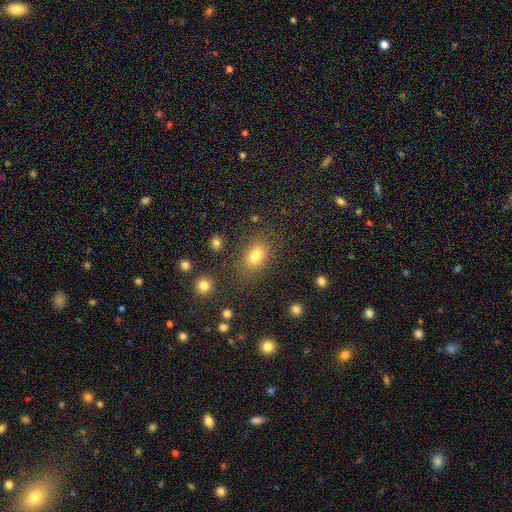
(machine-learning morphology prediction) smooth-or-featured: smooth: 78% | star or artifact: 13% | featured or disk: 9%
  how-rounded: in between: 73% | round: 25% | cigar-shaped: 2%
  merging: none: 78% | minor disturbance: 13% | major disturbance: 5% | merger: 4%